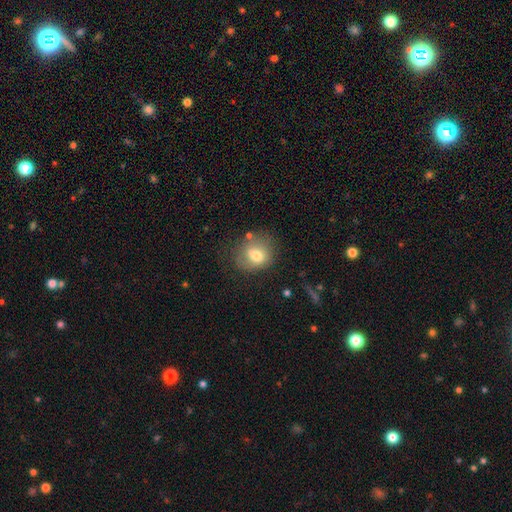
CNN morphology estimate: This is likely a smooth galaxy (70%). How rounded: likely round (66%). Merging: possibly none (58%).